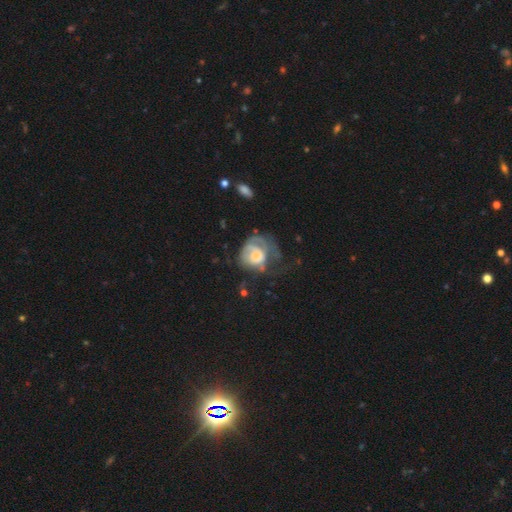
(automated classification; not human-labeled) A featured or disk galaxy (53%) with no bar (78%), spiral arms (60%) and a moderate central bulge (51%).

Vote fractions:
- Smooth or featured? featured or disk: 53% / smooth: 39% / star or artifact: 8%
- Edge-on disk? no: 97% / yes: 3%
- Bar? no: 78% / weak: 18% / strong: 3%
- Spiral arms? yes: 60% / no: 40%
- Bulge size? moderate: 51% / small: 32% / large: 12% / none: 3% / dominant: 2%
- Merging? major disturbance: 45% / none: 30% / minor disturbance: 22% / merger: 3%